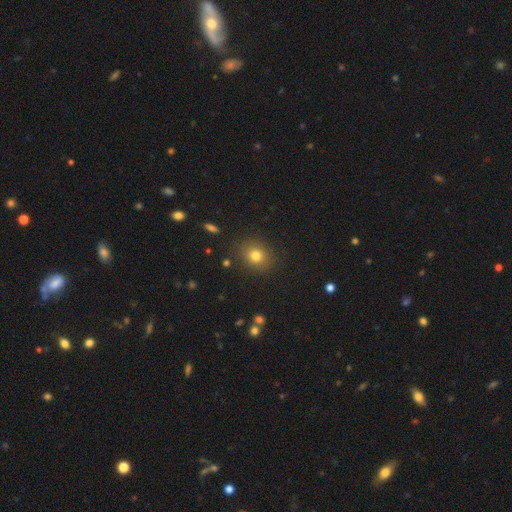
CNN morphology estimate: Overall: smooth (78%). How rounded: round (68%; in between 31%). Merging: none (86%).